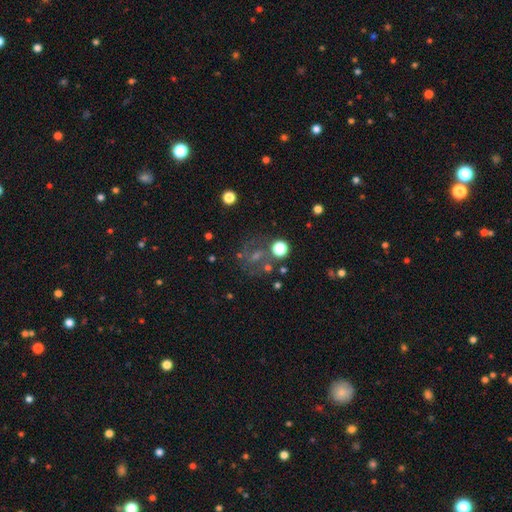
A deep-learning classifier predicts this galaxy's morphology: A star or artifact, not a galaxy (37%).